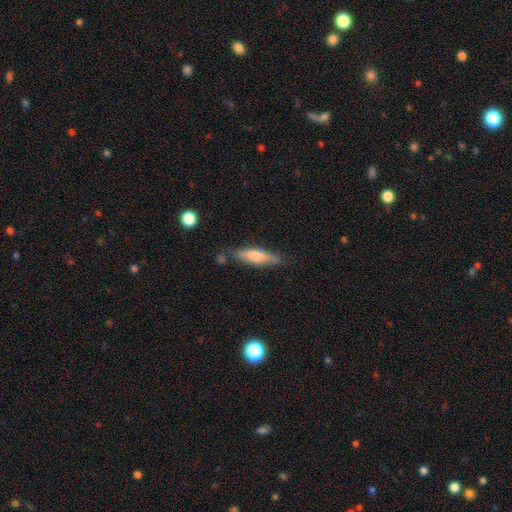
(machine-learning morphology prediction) Smooth or featured? Predicted: smooth (p=0.55). How rounded? Predicted: cigar-shaped (p=0.80). Merging? Predicted: none (p=0.80).